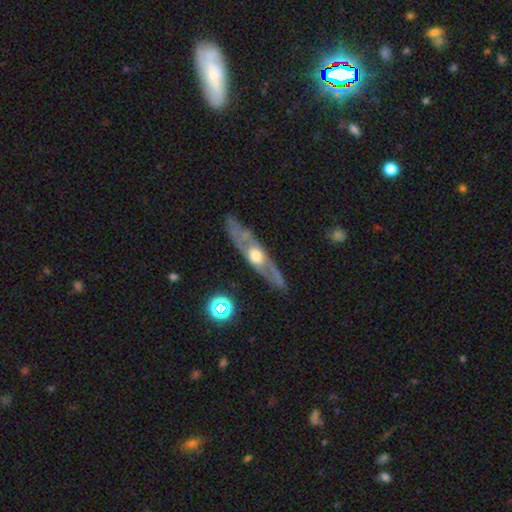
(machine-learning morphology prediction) smooth-or-featured: featured or disk: 64% | smooth: 20% | star or artifact: 16%
  disk-edge-on: yes: 79% | no: 21%
    edge-on-bulge: rounded: 92% | none: 5% | boxy: 3%
  merging: none: 79% | minor disturbance: 12% | major disturbance: 5% | merger: 4%